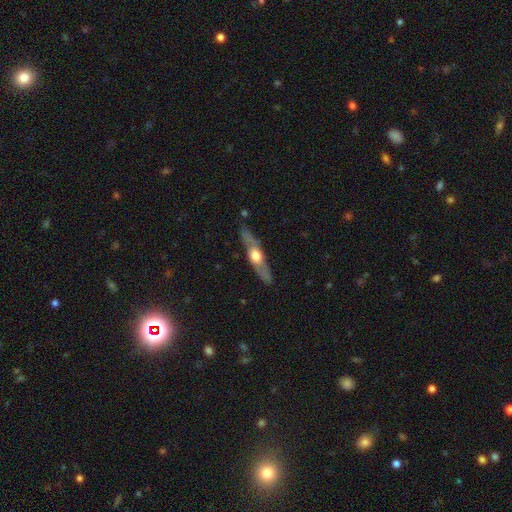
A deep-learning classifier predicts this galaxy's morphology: smooth_or_featured: featured or disk (p=0.64) [alt: smooth p=0.31]
disk_edge_on: yes (p=0.87) [alt: no p=0.13]
edge_on_bulge: rounded (p=0.93) [alt: boxy p=0.04]
merging: none (p=0.81) [alt: minor disturbance p=0.14]